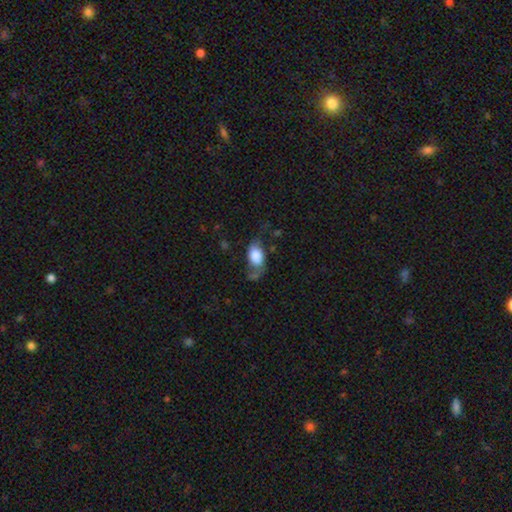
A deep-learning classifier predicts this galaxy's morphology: A smooth galaxy with no disk features (57%) that is in between round and cigar-shaped (87%).

Vote fractions:
- Smooth or featured? smooth: 57% / featured or disk: 35% / star or artifact: 8%
- How rounded? in between: 87% / round: 11% / cigar-shaped: 3%
- Merging? none: 44% / minor disturbance: 27% / major disturbance: 24% / merger: 5%